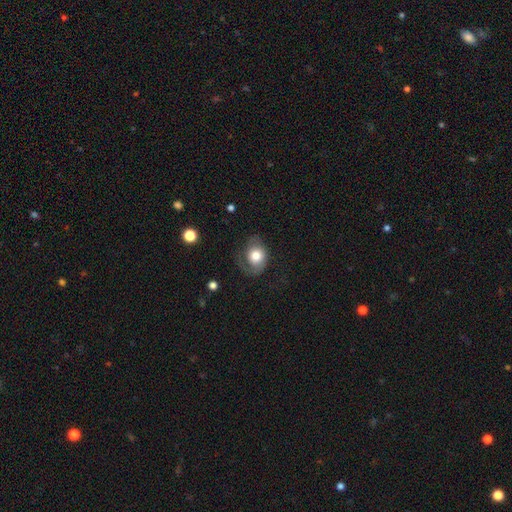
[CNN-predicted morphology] This is possibly a smooth galaxy (58%). How rounded: possibly round (53%). Merging: marginally none (44%).